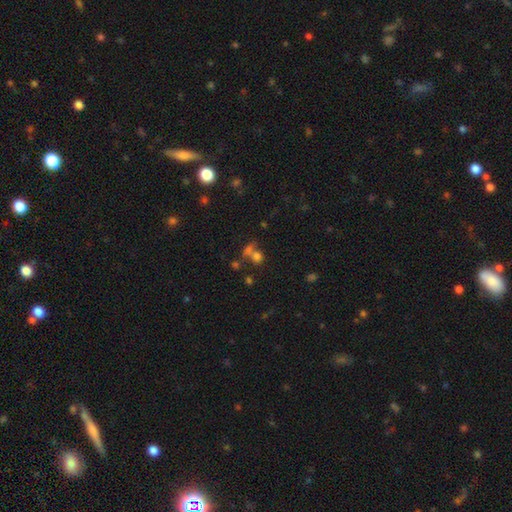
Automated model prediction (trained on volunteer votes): smooth_or_featured: smooth (p=0.62) [alt: star or artifact p=0.25]
how_rounded: round (p=0.77) [alt: in between p=0.21]
merging: none (p=0.44) [alt: merger p=0.40]